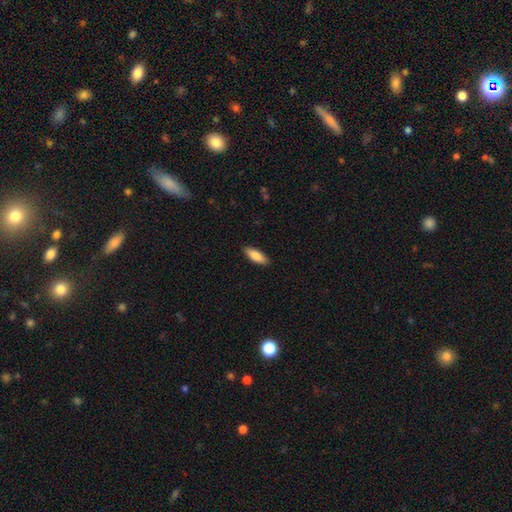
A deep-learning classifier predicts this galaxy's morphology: This appears to be a smooth galaxy with no disk features (83%) that is in between round and cigar-shaped (66%). Merging: none (90%).